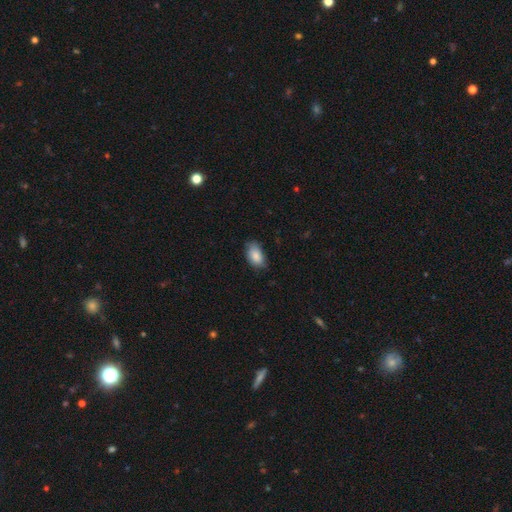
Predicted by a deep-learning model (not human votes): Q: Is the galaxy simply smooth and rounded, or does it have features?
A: smooth — 87%.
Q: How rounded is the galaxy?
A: in between — 92%.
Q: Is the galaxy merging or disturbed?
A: none — 71%.